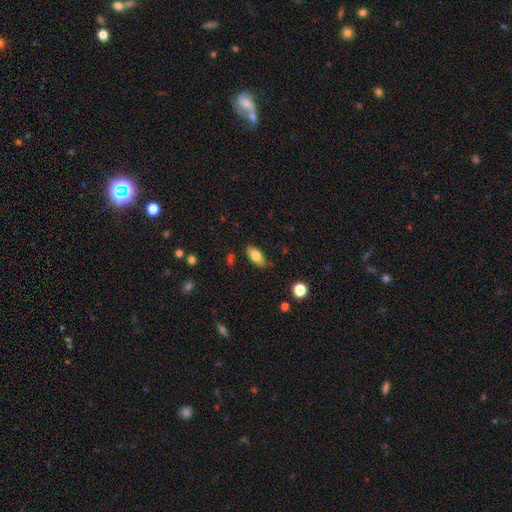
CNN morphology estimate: A smooth galaxy with no disk features (78%) that is in between round and cigar-shaped (87%).

Vote fractions:
- Smooth or featured? smooth: 78% / featured or disk: 14% / star or artifact: 7%
- How rounded? in between: 87% / cigar-shaped: 11% / round: 3%
- Merging? none: 83% / minor disturbance: 13% / major disturbance: 3% / merger: 2%